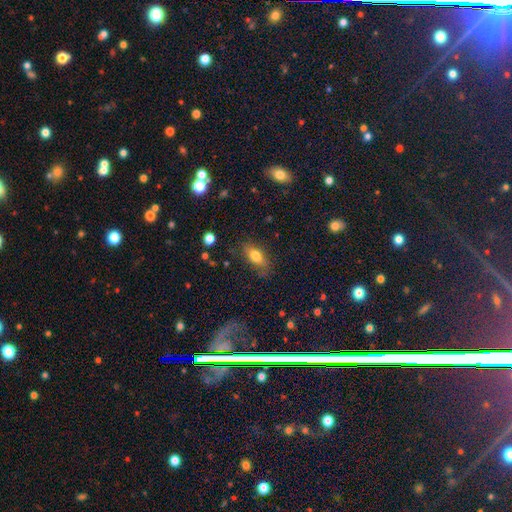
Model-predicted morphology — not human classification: This appears to be a smooth galaxy with no disk features (74%) that is in between round and cigar-shaped (78%). Merging: none (76%).